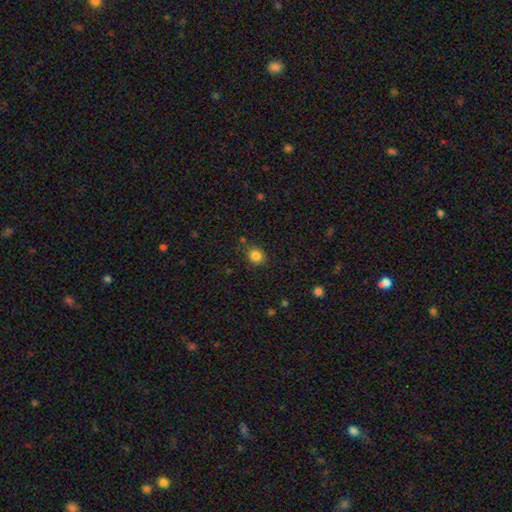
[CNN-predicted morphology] The model was most divided on "how rounded": round: 78%, in between: 21%, cigar-shaped: 1%. More confident: smooth or featured — smooth (84%); merging — none (81%).